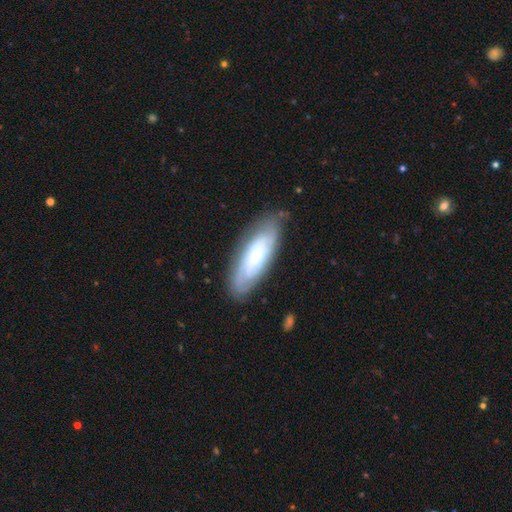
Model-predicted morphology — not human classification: smooth_or_featured: featured or disk (p=0.61) [alt: smooth p=0.33]
disk_edge_on: no (p=0.83) [alt: yes p=0.17]
bar: no (p=0.74) [alt: weak p=0.20]
has_spiral_arms: yes (p=0.84) [alt: no p=0.16]
bulge_size: small (p=0.63) [alt: moderate p=0.28]
merging: none (p=0.77) [alt: minor disturbance p=0.17]